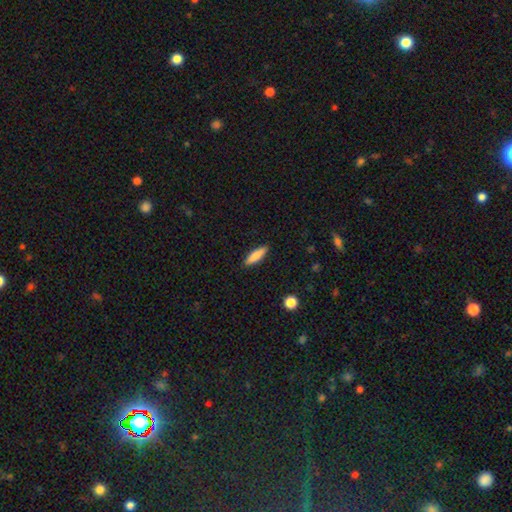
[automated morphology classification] This is likely a smooth galaxy (79%). How rounded: likely cigar-shaped (68%). Merging: clearly none (89%).